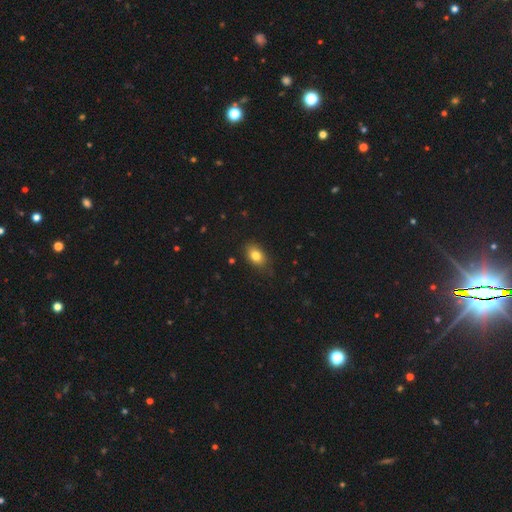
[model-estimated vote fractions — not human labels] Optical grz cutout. It shows a smooth galaxy with no disk features (82%) that is in between round and cigar-shaped (80%). Merging: none (82%).